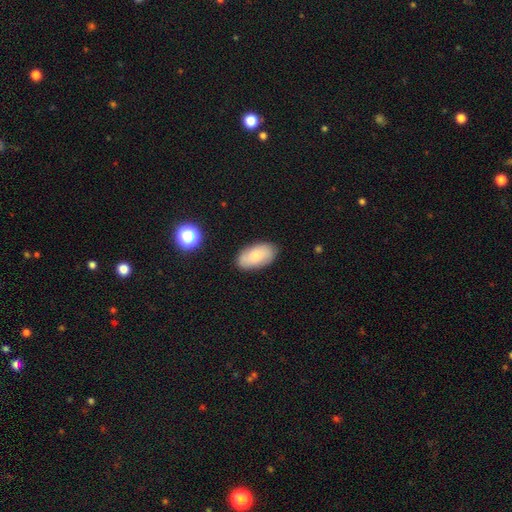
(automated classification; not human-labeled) smooth_or_featured: smooth (p=0.76) [alt: featured or disk p=0.17]
how_rounded: in between (p=0.94) [alt: round p=0.03]
merging: none (p=0.84) [alt: minor disturbance p=0.12]